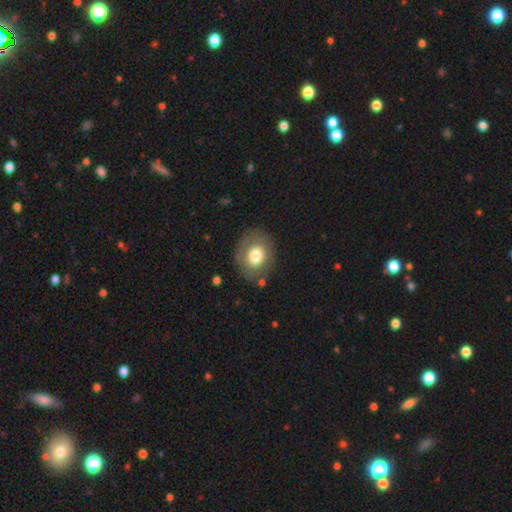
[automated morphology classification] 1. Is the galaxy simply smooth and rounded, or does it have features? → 74% smooth, 18% featured or disk, 9% star or artifact.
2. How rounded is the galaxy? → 50% in between, 49% round, 1% cigar-shaped.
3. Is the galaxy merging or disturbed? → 81% none, 12% minor disturbance, 4% major disturbance, 3% merger.